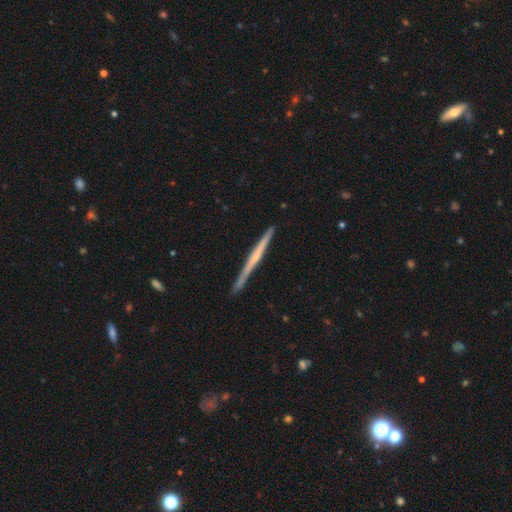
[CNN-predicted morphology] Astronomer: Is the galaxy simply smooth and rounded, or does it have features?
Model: featured or disk — 63%.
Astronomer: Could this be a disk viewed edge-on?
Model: yes — 98%.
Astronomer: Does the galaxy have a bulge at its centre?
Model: none — 71%.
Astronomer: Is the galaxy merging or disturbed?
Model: none — 89%.